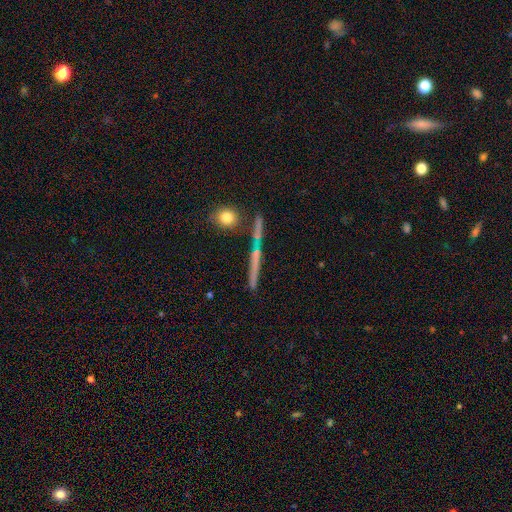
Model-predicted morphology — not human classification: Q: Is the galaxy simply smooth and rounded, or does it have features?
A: featured or disk — 62%.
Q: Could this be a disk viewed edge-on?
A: yes — 94%.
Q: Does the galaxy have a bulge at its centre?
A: none — 58%.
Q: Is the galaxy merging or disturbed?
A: none — 82%.